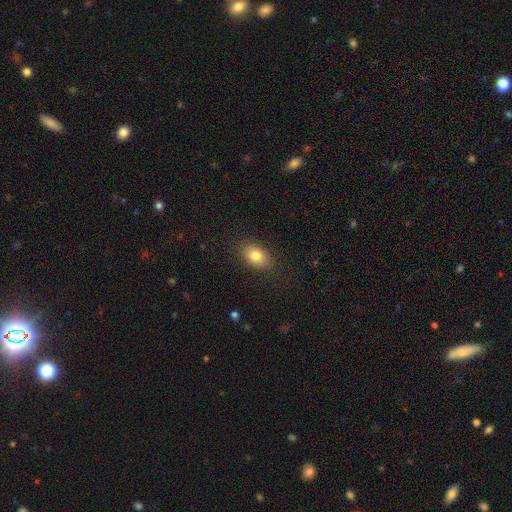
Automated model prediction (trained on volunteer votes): The model was most divided on "how rounded": in between: 83%, round: 15%, cigar-shaped: 2%. More confident: merging — none (87%); smooth or featured — smooth (81%).